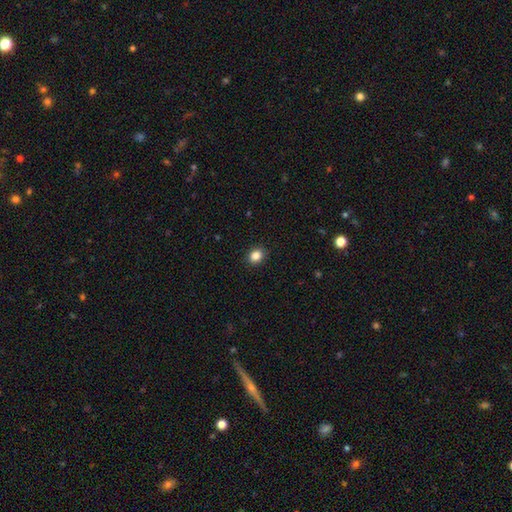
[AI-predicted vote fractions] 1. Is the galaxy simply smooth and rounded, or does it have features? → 86% smooth, 10% star or artifact, 4% featured or disk.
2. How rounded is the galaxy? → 59% round, 40% in between, 1% cigar-shaped.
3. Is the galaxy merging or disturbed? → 90% none, 7% minor disturbance, 2% major disturbance, 1% merger.